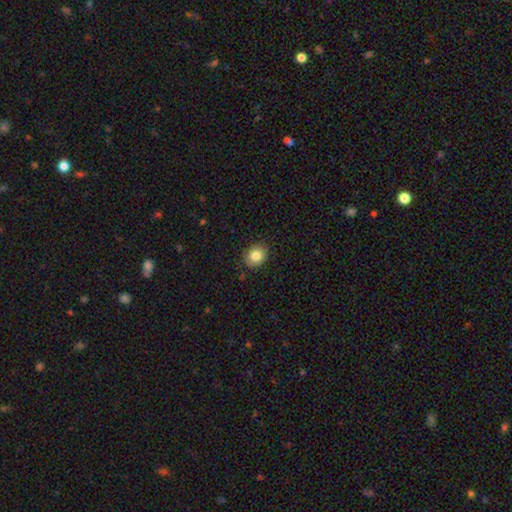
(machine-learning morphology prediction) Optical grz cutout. It shows a smooth galaxy with no disk features (83%) that is round (62%). Merging: none (87%).